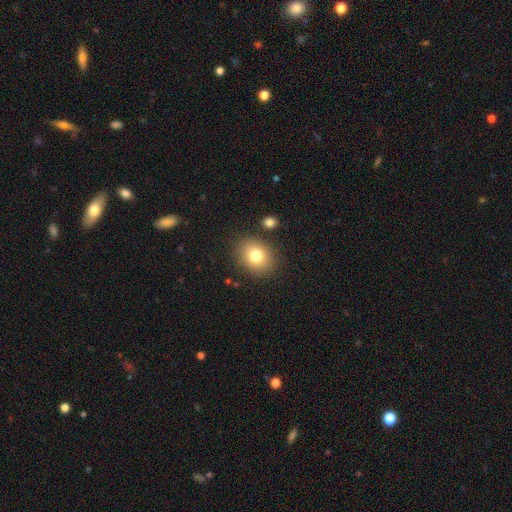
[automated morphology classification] smooth-or-featured: smooth: 79% | star or artifact: 10% | featured or disk: 10%
  how-rounded: round: 55% | in between: 44% | cigar-shaped: 1%
  merging: none: 84% | minor disturbance: 9% | merger: 4% | major disturbance: 3%